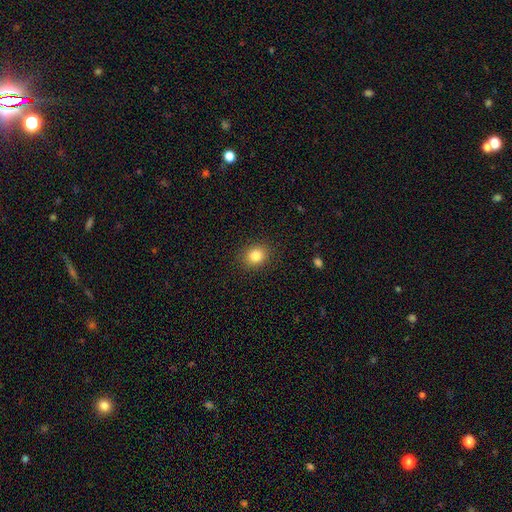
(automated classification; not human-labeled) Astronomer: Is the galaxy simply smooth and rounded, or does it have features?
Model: smooth — 83%.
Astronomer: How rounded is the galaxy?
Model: round — 69%.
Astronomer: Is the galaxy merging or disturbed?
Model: none — 90%.